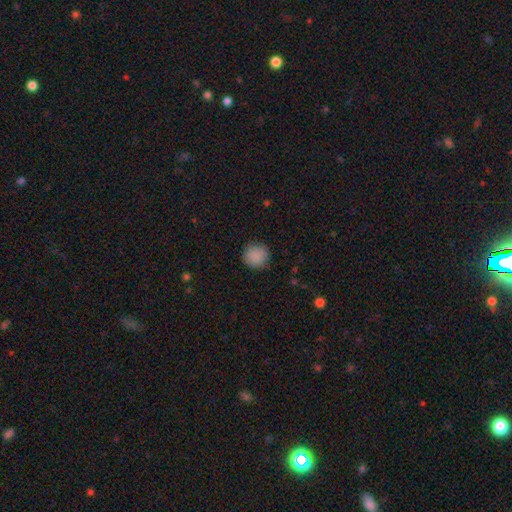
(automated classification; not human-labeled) smooth_or_featured: smooth (p=0.88) [alt: star or artifact p=0.09]
how_rounded: round (p=0.93) [alt: in between p=0.06]
merging: none (p=0.89) [alt: minor disturbance p=0.08]